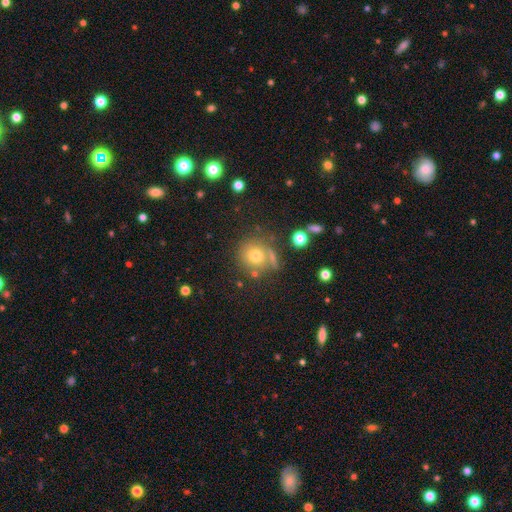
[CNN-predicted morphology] smooth-or-featured: smooth: 71% | star or artifact: 15% | featured or disk: 14%
  how-rounded: round: 88% | in between: 10% | cigar-shaped: 1%
  merging: none: 66% | minor disturbance: 14% | merger: 13% | major disturbance: 7%